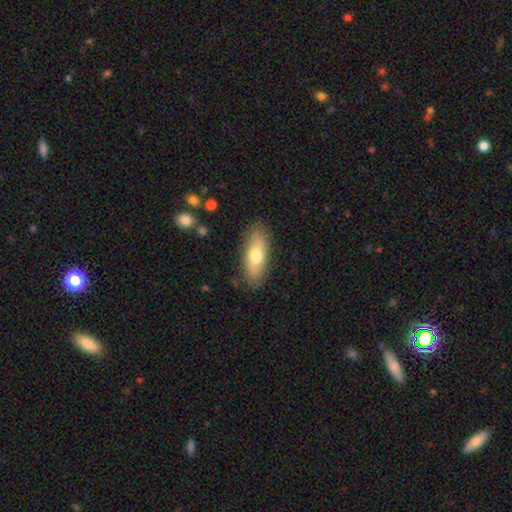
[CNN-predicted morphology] A smooth galaxy with no disk features (69%) that is in between round and cigar-shaped (67%).

Vote fractions:
- Smooth or featured? smooth: 69% / featured or disk: 25% / star or artifact: 6%
- How rounded? in between: 67% / cigar-shaped: 30% / round: 3%
- Merging? none: 84% / minor disturbance: 12% / major disturbance: 3% / merger: 1%